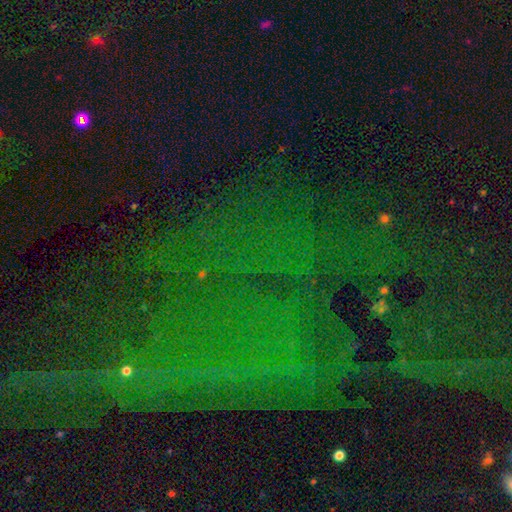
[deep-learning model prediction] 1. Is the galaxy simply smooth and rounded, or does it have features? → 82% star or artifact, 10% smooth, 9% featured or disk.